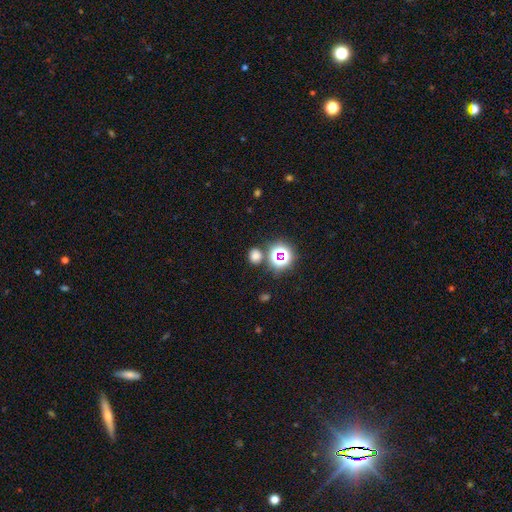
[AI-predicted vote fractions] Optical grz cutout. It shows a smooth galaxy with no disk features (65%) that is round (73%). Merging: none (78%).